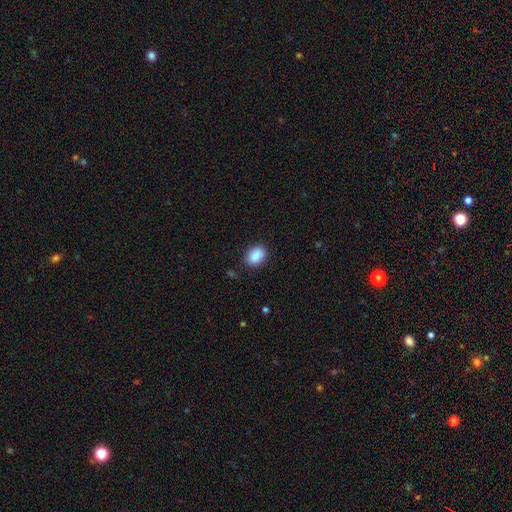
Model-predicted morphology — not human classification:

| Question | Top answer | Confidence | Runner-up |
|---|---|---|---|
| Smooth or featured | smooth | 89% | star or artifact (7%) |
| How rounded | in between | 72% | round (27%) |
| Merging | none | 87% | minor disturbance (9%) |